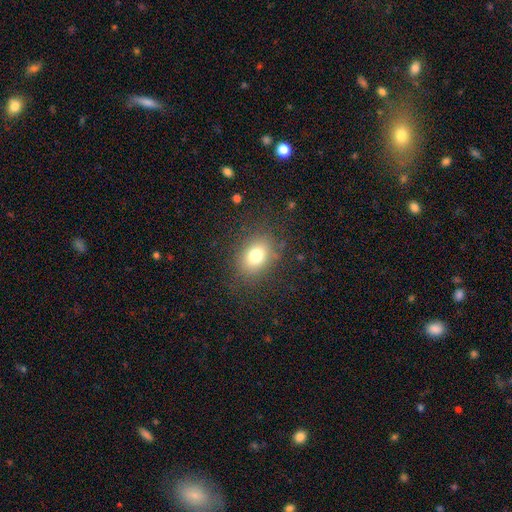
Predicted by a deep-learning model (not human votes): Overall: smooth (76%). How rounded: in between (62%; round 37%). Merging: none (82%).